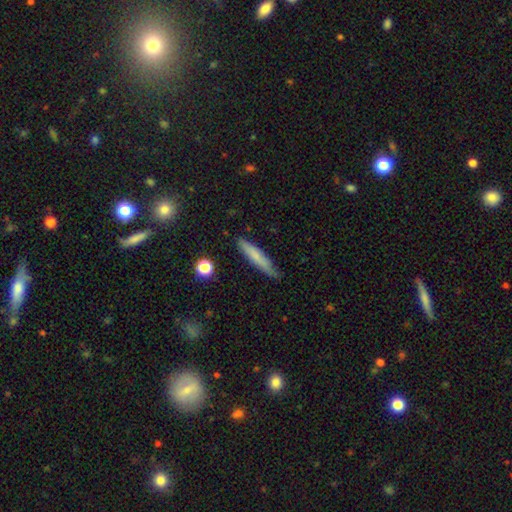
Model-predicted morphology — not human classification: A smooth galaxy with no disk features (69%) that is cigar-shaped (91%).

Vote fractions:
- Smooth or featured? smooth: 69% / featured or disk: 24% / star or artifact: 7%
- How rounded? cigar-shaped: 91% / in between: 8% / round: 2%
- Merging? none: 79% / minor disturbance: 17% / major disturbance: 3% / merger: 2%